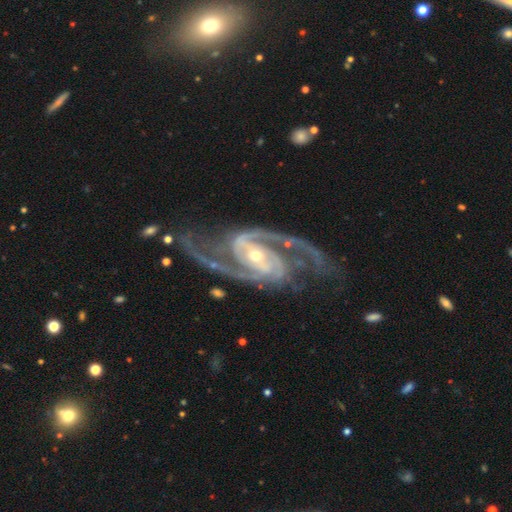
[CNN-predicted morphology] type=featured or disk (94%); edge-on=no (97%); bar=strong (41%); spiral arms=yes (99%); winding=medium (60%); arm count=2 (84%); bulge=small (56%); merging=none (71%).